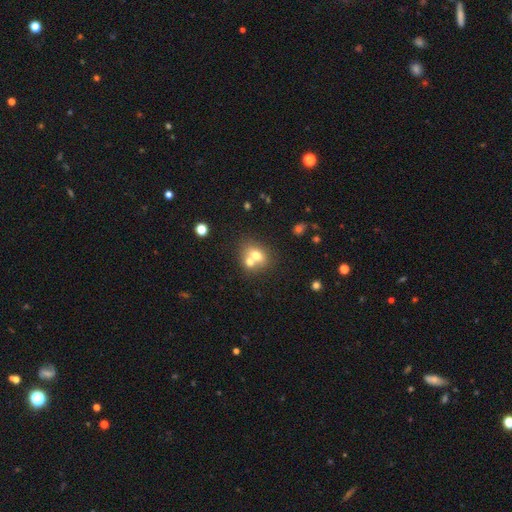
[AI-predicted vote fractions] This appears to be a smooth galaxy with no disk features (67%) that is round (52%). Merging: merger (57%).